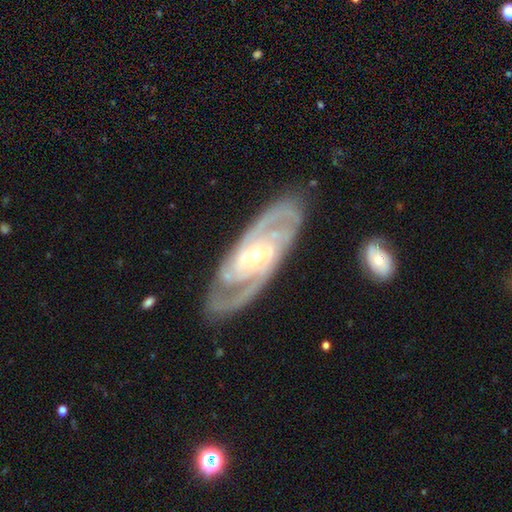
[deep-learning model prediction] Q: Smooth or featured?
A: featured or disk (91%); runner-up: star or artifact (4%)
Q: Edge-on disk?
A: no (93%); runner-up: yes (7%)
Q: Bar?
A: no (48%); runner-up: weak (33%)
Q: Spiral arms?
A: yes (98%); runner-up: no (2%)
Q: Spiral winding?
A: tight (53%); runner-up: medium (40%)
Q: Spiral arm count?
A: 2 (61%); runner-up: 3 (20%)
Q: Bulge size?
A: small (65%); runner-up: moderate (32%)
Q: Merging?
A: none (81%); runner-up: minor disturbance (13%)